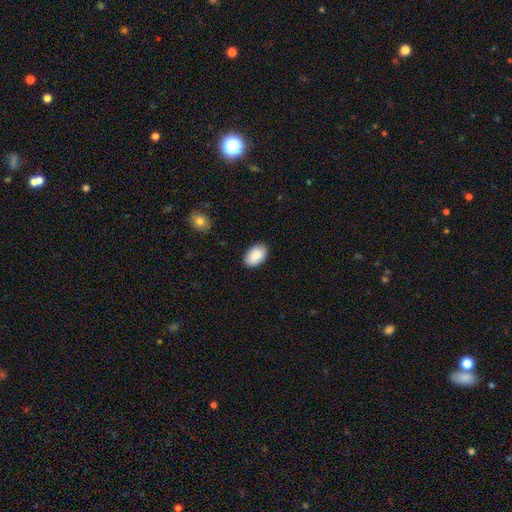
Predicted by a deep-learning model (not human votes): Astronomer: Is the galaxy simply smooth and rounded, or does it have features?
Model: smooth — 90%.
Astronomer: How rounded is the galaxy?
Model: in between — 91%.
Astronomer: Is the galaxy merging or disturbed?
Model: none — 88%.